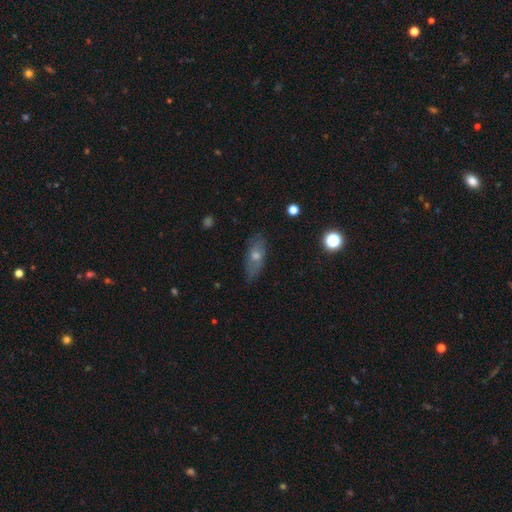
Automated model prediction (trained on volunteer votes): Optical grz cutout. It shows a smooth galaxy with no disk features (50%) that is in between round and cigar-shaped (70%). Merging: none (79%).